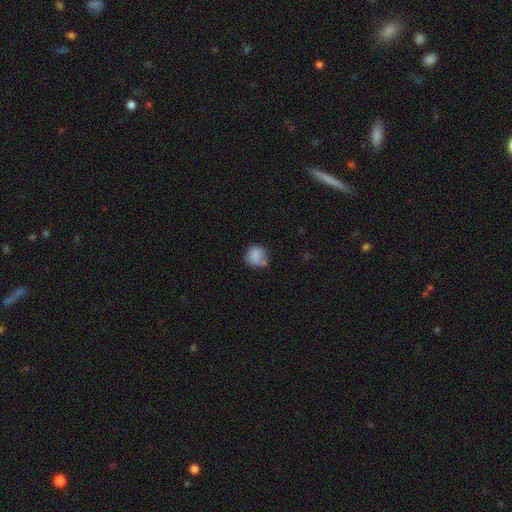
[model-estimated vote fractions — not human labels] The model was most divided on "merging": none: 58%, minor disturbance: 27%, merger: 8%, major disturbance: 7%. More confident: how rounded — round (86%); smooth or featured — smooth (84%).